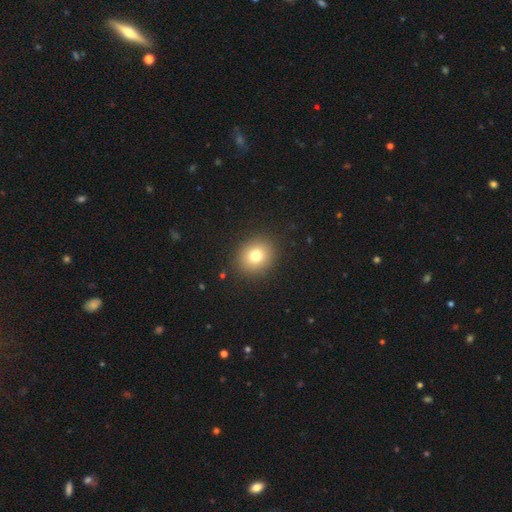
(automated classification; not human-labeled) This appears to be a smooth galaxy with no disk features (76%) that is round (74%). Merging: none (90%).